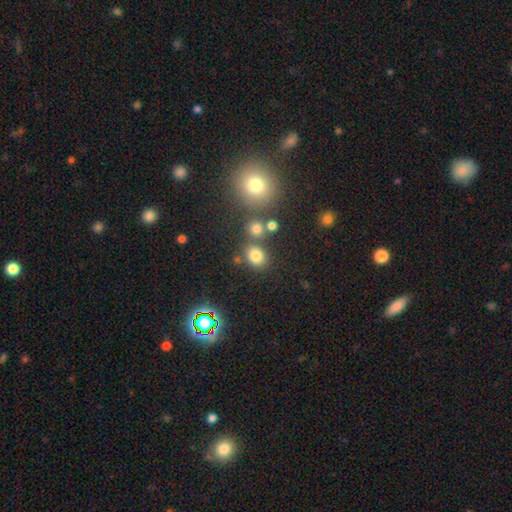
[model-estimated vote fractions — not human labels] Morphology: type=smooth (76%); roundness=round (58%); merging=none (71%).